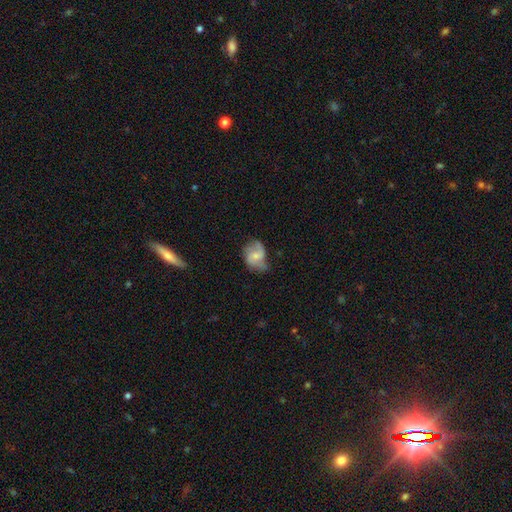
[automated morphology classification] A featured or disk galaxy (52%) with no bar (57%), spiral arms (81%) and a small central bulge (51%). Merging: none (48%).